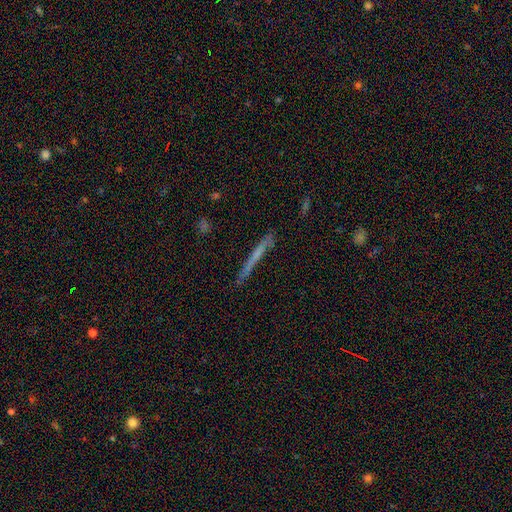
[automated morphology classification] The model was most divided on "smooth or featured": featured or disk: 49%, smooth: 42%, star or artifact: 9%. More confident: merging — none (81%).